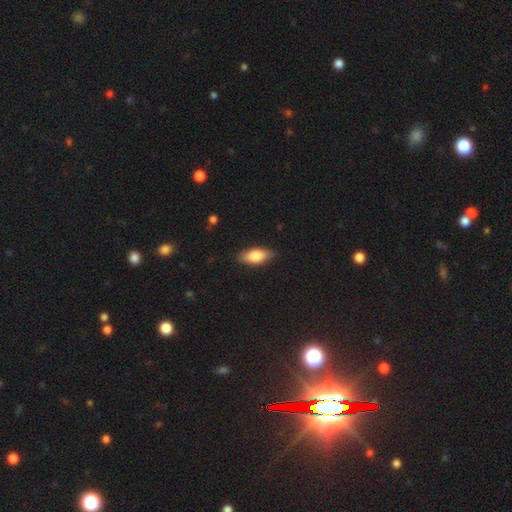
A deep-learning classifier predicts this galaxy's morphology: Smooth or featured: smooth — 78% (featured or disk — 16%)
How rounded: in between — 83% (cigar-shaped — 14%)
Merging: none — 85% (minor disturbance — 12%)